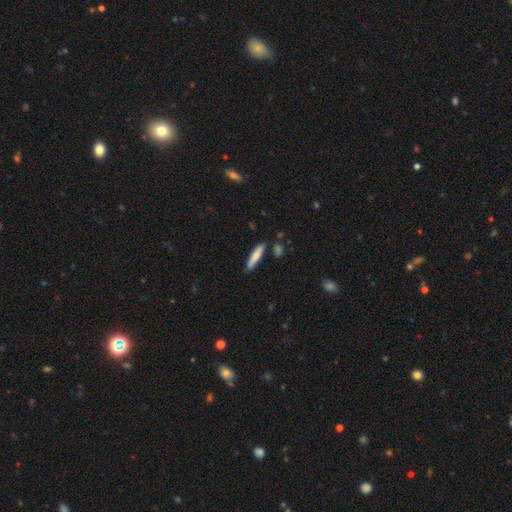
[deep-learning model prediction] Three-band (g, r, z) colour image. It shows a smooth galaxy with no disk features (81%) that is cigar-shaped (85%). Merging: none (84%).